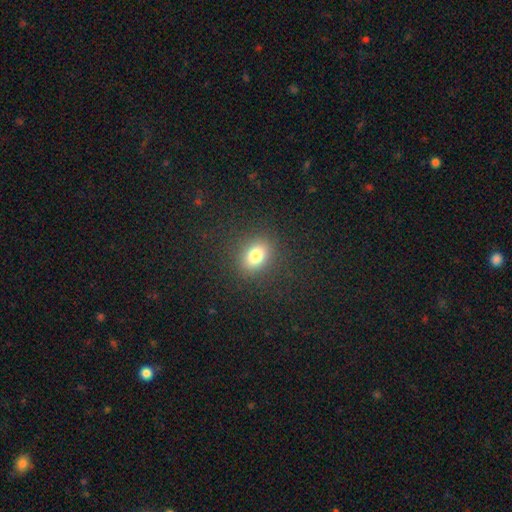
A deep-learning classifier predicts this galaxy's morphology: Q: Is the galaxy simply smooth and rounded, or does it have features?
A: smooth — 79%.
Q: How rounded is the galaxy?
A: in between — 58%.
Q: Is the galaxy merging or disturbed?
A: none — 87%.